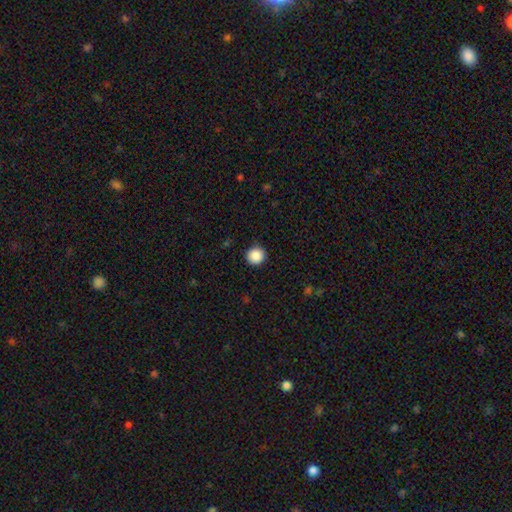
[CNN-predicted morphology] The model was most divided on "smooth or featured": smooth: 88%, star or artifact: 9%, featured or disk: 3%. More confident: how rounded — round (95%); merging — none (90%).